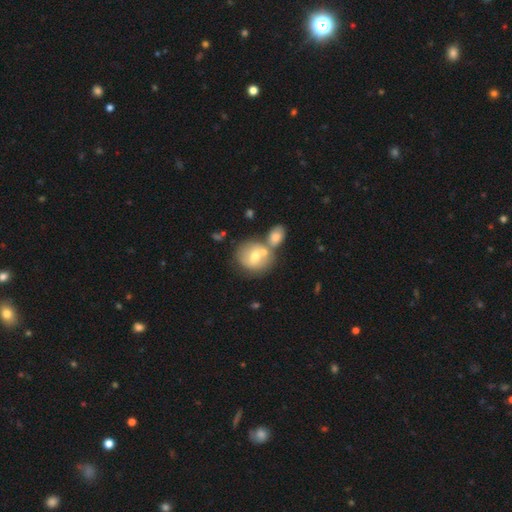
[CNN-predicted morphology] type=smooth (57%); roundness=round (76%); merging=merger (49%).